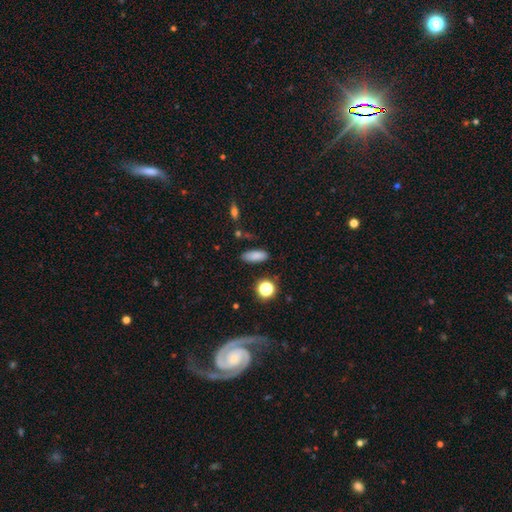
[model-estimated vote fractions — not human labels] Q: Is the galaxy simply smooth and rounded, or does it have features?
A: smooth — 82%.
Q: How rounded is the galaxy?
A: in between — 71%.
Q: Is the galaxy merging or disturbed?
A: none — 83%.